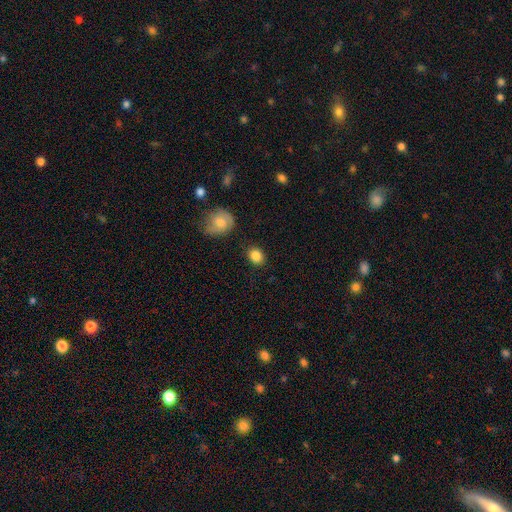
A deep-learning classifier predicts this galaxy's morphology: type=smooth (86%); roundness=round (59%); merging=none (85%).